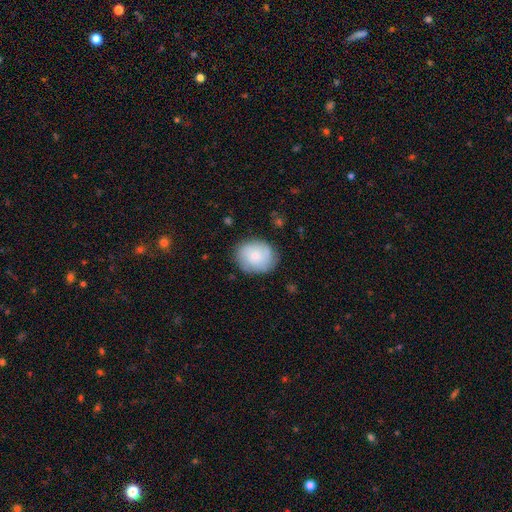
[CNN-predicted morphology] type=smooth (71%); roundness=round (68%); merging=none (80%).